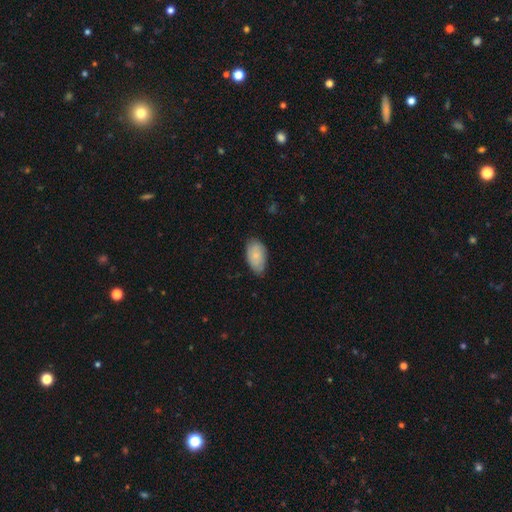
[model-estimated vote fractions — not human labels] Smooth or featured?
  - smooth: 81% *
  - featured or disk: 13%
  - star or artifact: 6%
How rounded?
  - in between: 94% *
  - round: 4%
  - cigar-shaped: 2%
Merging?
  - none: 70% *
  - minor disturbance: 25%
  - major disturbance: 4%
  - merger: 1%